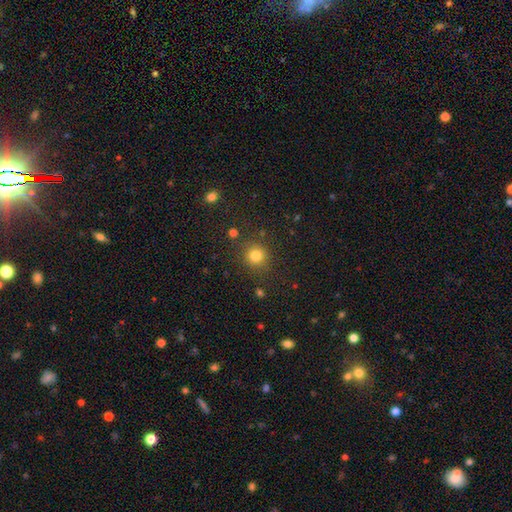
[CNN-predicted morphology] Overall: smooth (81%). How rounded: round (92%). Merging: none (86%).